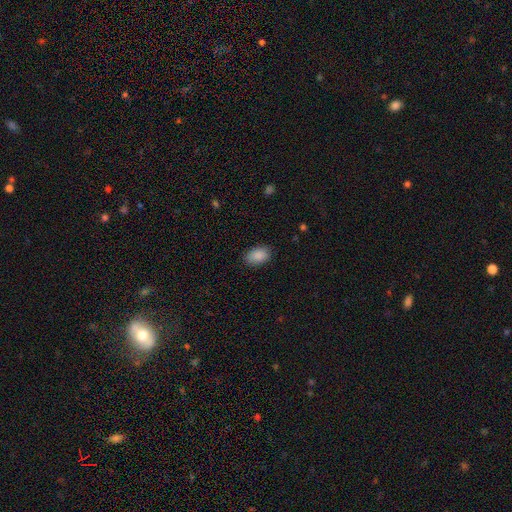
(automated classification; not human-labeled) smooth-or-featured: smooth: 89% | star or artifact: 8% | featured or disk: 4%
  how-rounded: in between: 91% | round: 8% | cigar-shaped: 2%
  merging: none: 86% | minor disturbance: 11% | major disturbance: 3% | merger: 1%